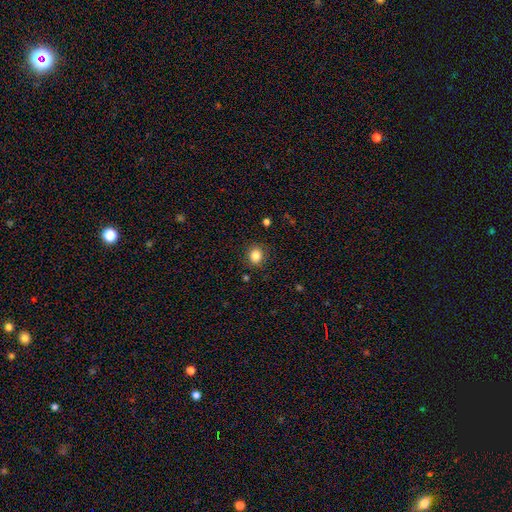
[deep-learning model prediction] smooth 85%, star or artifact 10%, featured or disk 5%. Down the decision tree: how rounded — round (77%); merging — none (88%).